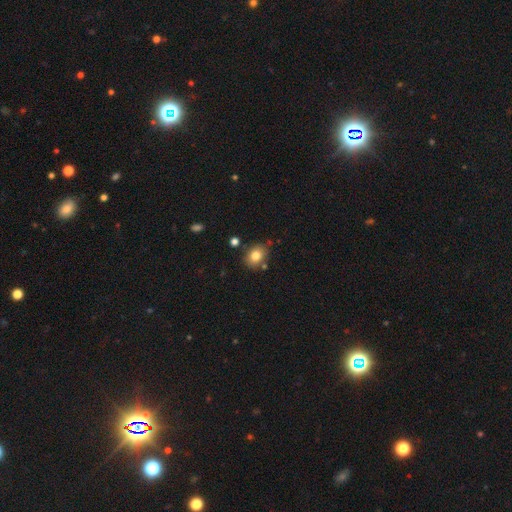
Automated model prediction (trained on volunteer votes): Smooth or featured? smooth (80%)
How rounded? in between (56%)
Merging? none (77%)